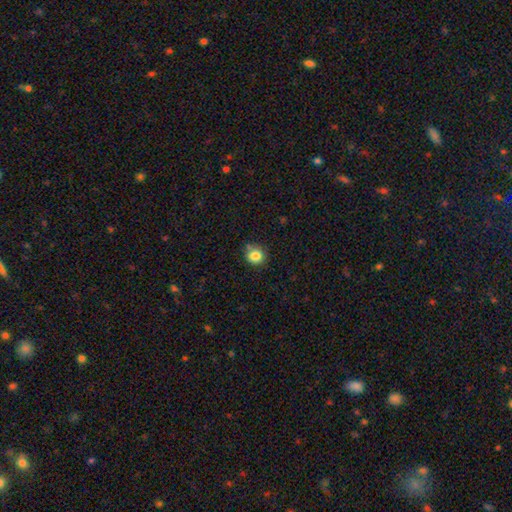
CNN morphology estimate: smooth_or_featured: smooth (p=0.82) [alt: star or artifact p=0.11]
how_rounded: round (p=0.80) [alt: in between p=0.19]
merging: none (p=0.72) [alt: minor disturbance p=0.17]